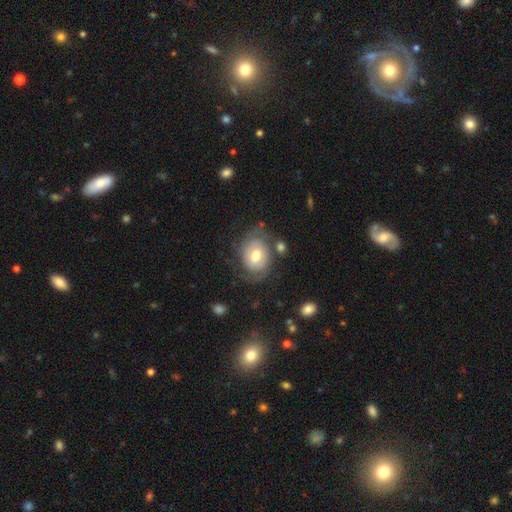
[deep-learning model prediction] This is likely a featured or disk galaxy (61%). It is clearly not viewed edge-on (96%). Bar: possibly no (51%). Spiral arm pattern: likely yes (74%). Central bulge: likely moderate (73%). Merging: likely none (63%).